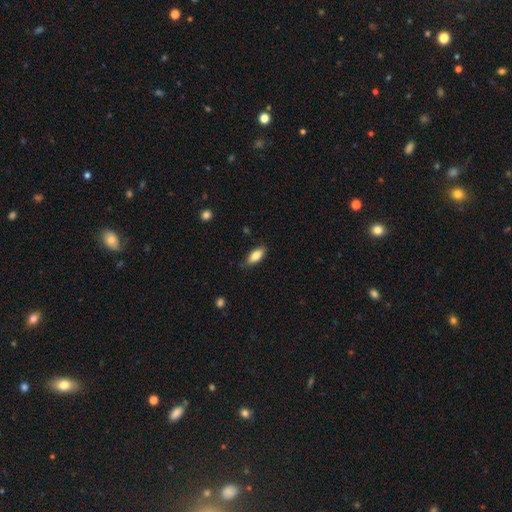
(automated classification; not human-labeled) This appears to be a smooth galaxy with no disk features (81%) that is in between round and cigar-shaped (83%). Merging: none (77%).